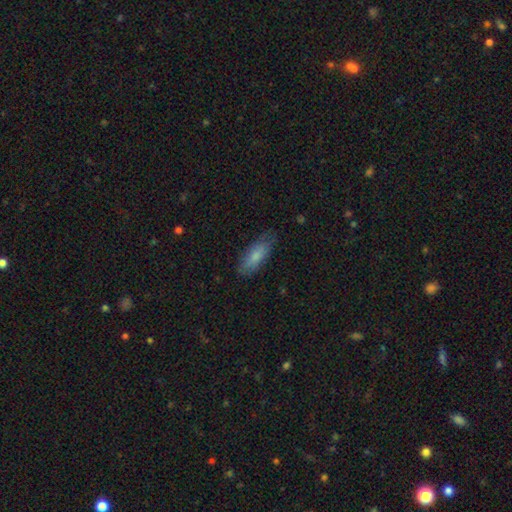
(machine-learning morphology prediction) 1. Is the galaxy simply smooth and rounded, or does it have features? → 77% smooth, 17% featured or disk, 6% star or artifact.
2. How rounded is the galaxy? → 66% in between, 33% cigar-shaped, 2% round.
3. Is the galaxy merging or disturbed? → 76% none, 18% minor disturbance, 4% major disturbance, 1% merger.